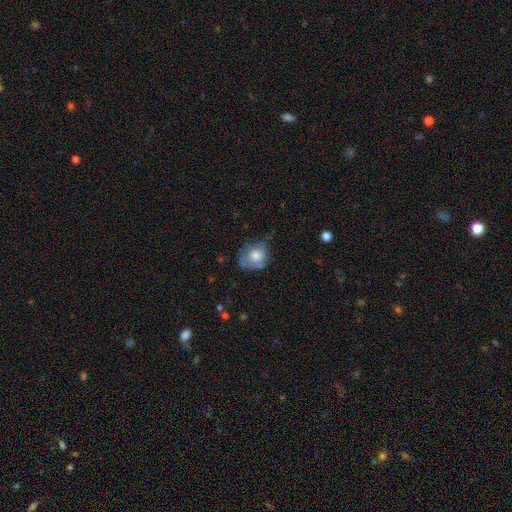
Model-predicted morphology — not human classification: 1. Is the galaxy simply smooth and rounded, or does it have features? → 70% smooth, 22% featured or disk, 8% star or artifact.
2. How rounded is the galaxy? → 54% round, 45% in between, 1% cigar-shaped.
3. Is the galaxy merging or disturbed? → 43% none, 37% minor disturbance, 16% major disturbance, 3% merger.